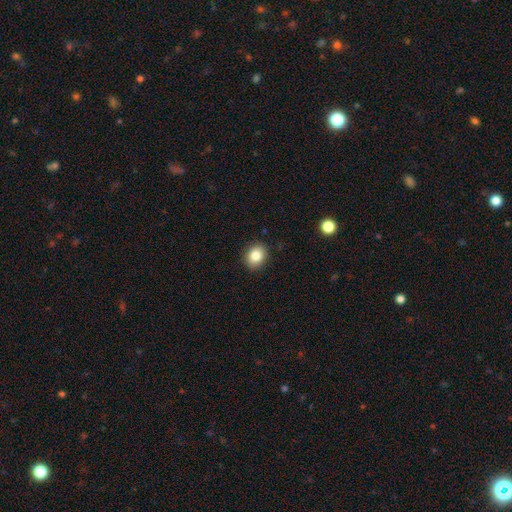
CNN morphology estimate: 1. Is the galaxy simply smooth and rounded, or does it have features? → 83% smooth, 10% star or artifact, 7% featured or disk.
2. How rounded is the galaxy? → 55% round, 44% in between, 1% cigar-shaped.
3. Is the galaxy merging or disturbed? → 89% none, 8% minor disturbance, 2% major disturbance, 1% merger.